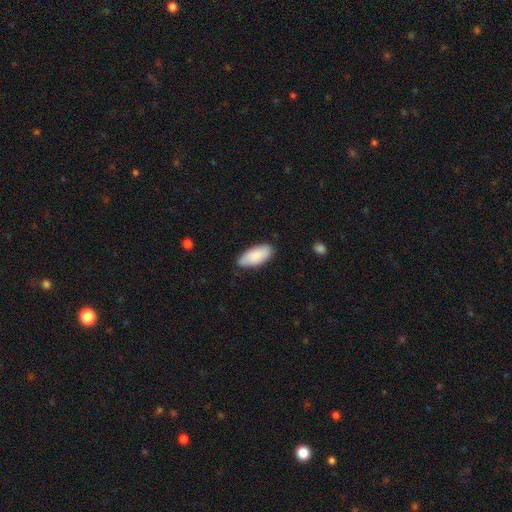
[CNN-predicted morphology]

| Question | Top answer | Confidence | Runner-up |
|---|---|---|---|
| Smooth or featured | smooth | 87% | featured or disk (7%) |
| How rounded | in between | 89% | cigar-shaped (10%) |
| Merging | none | 79% | minor disturbance (17%) |